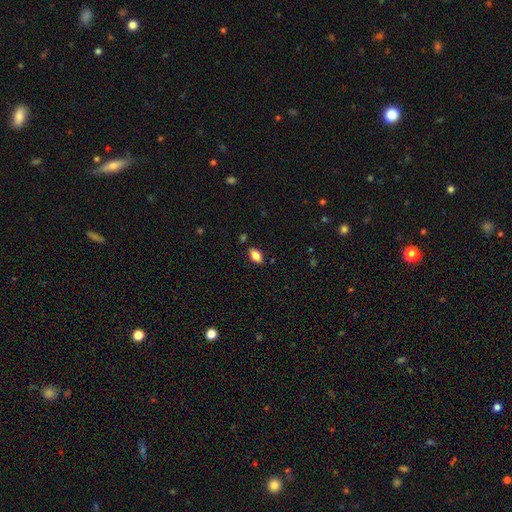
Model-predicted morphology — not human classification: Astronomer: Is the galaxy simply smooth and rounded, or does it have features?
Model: smooth — 79%.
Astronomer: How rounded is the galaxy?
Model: in between — 90%.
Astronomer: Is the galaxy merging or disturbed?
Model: none — 84%.